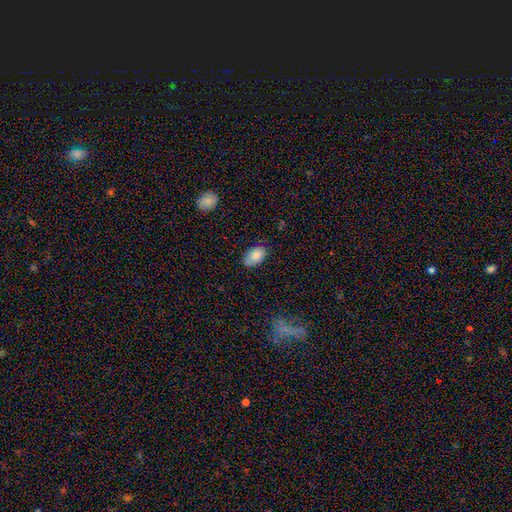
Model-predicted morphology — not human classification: A smooth galaxy with no disk features (85%) that is in between round and cigar-shaped (93%).

Vote fractions:
- Smooth or featured? smooth: 85% / featured or disk: 8% / star or artifact: 7%
- How rounded? in between: 93% / round: 6% / cigar-shaped: 1%
- Merging? none: 75% / minor disturbance: 20% / major disturbance: 3% / merger: 2%